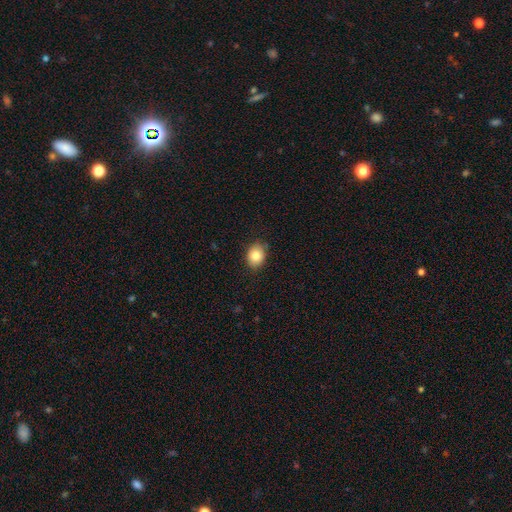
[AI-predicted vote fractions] Overall: smooth (83%). How rounded: in between (53%; round 46%). Merging: none (85%).